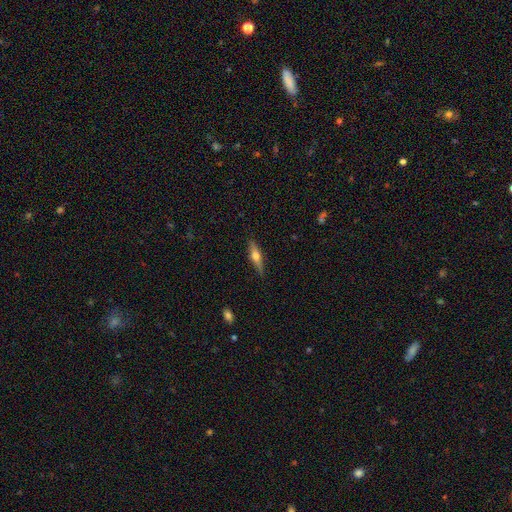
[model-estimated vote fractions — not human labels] Q: Smooth or featured?
A: featured or disk (51%); runner-up: smooth (43%)
Q: Edge-on disk?
A: yes (93%); runner-up: no (7%)
Q: Merging?
A: none (86%); runner-up: minor disturbance (11%)